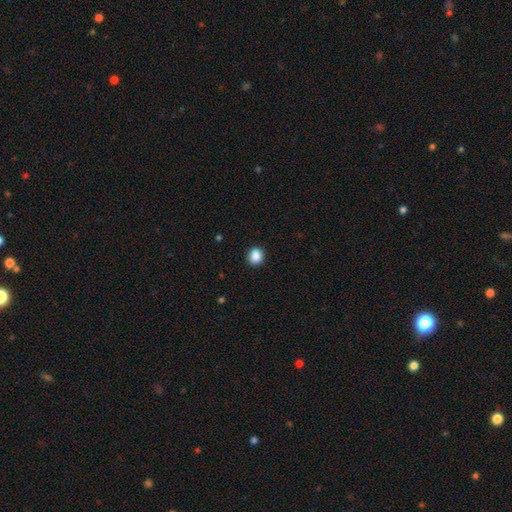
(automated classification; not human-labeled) The model was most divided on "how rounded": round: 79%, in between: 20%, cigar-shaped: 1%. More confident: merging — none (91%); smooth or featured — smooth (88%).